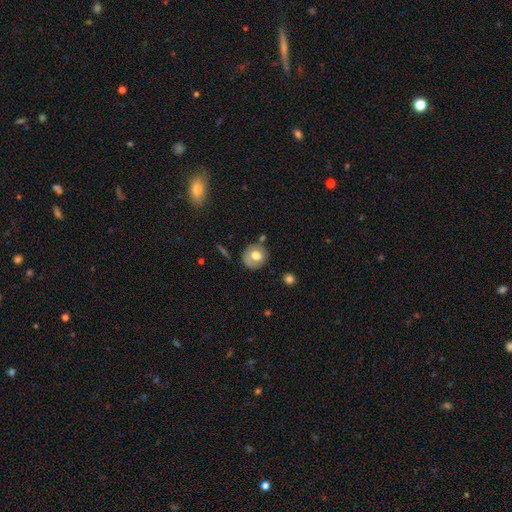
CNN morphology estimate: smooth-or-featured: smooth: 66% | featured or disk: 26% | star or artifact: 9%
  how-rounded: round: 87% | in between: 12% | cigar-shaped: 1%
  merging: none: 74% | minor disturbance: 16% | merger: 6% | major disturbance: 5%